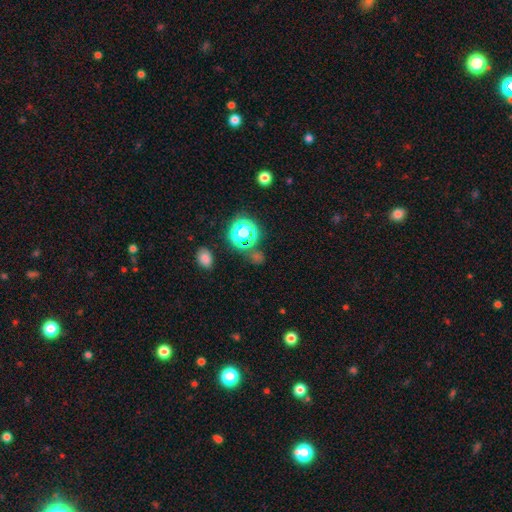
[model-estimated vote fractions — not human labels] star or artifact 62%, smooth 29%, featured or disk 9%.